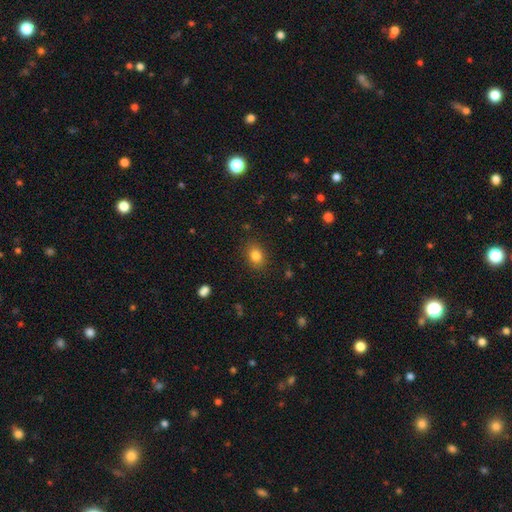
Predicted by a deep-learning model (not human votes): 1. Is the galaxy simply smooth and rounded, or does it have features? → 83% smooth, 11% star or artifact, 6% featured or disk.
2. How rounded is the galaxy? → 62% in between, 37% round, 1% cigar-shaped.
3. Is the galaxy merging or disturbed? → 85% none, 10% minor disturbance, 3% major disturbance, 1% merger.